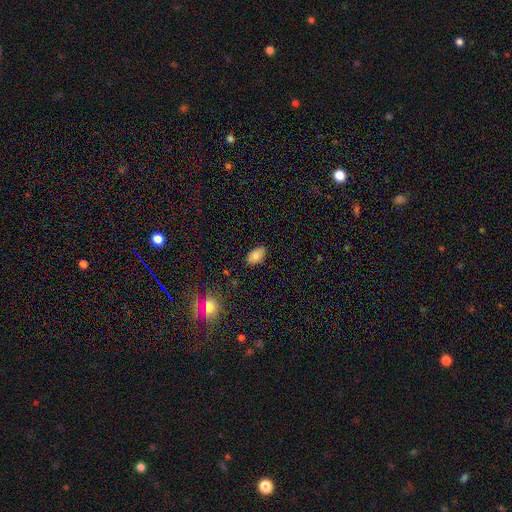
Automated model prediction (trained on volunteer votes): Smooth or featured? Predicted: smooth (p=0.83). How rounded? Predicted: in between (p=0.91). Merging? Predicted: none (p=0.82).